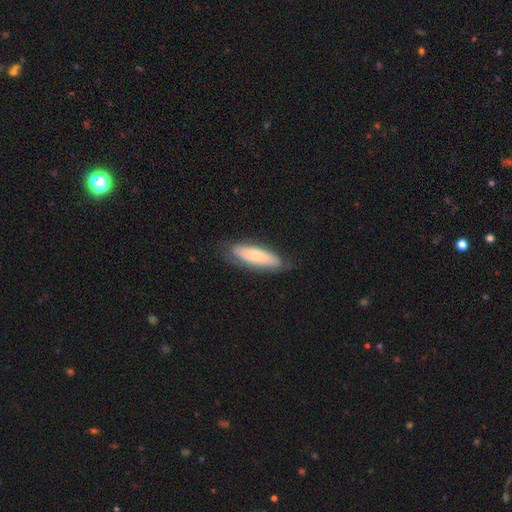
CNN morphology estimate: smooth 67%, featured or disk 27%, star or artifact 6%. Down the decision tree: how rounded — cigar-shaped (56%); merging — none (74%).